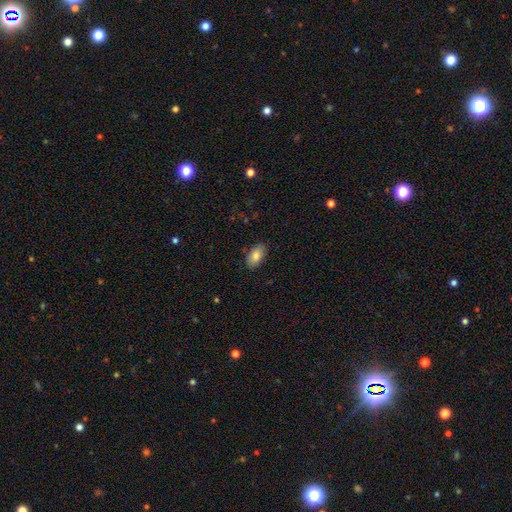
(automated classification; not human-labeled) Smooth or featured?
  - smooth: 85% *
  - featured or disk: 7%
  - star or artifact: 7%
How rounded?
  - in between: 94% *
  - round: 4%
  - cigar-shaped: 2%
Merging?
  - none: 86% *
  - minor disturbance: 11%
  - major disturbance: 2%
  - merger: 1%